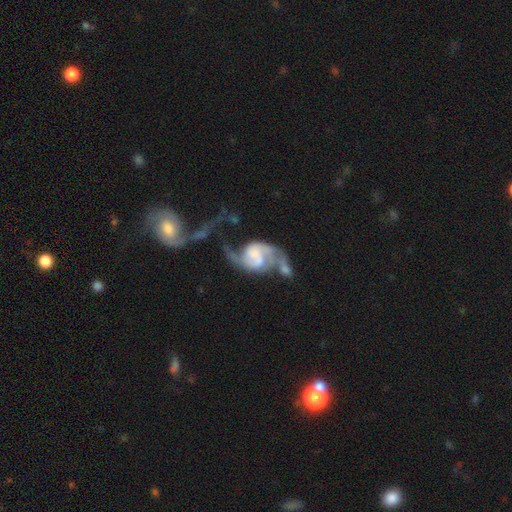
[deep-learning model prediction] Q: Smooth or featured?
A: featured or disk (85%); runner-up: smooth (9%)
Q: Edge-on disk?
A: no (98%); runner-up: yes (2%)
Q: Bar?
A: no (53%); runner-up: weak (36%)
Q: Spiral arms?
A: yes (94%); runner-up: no (6%)
Q: Spiral winding?
A: loose (52%); runner-up: medium (36%)
Q: Spiral arm count?
A: 2 (86%); runner-up: 1 (6%)
Q: Bulge size?
A: none (32%); runner-up: small (23%)
Q: Merging?
A: merger (32%); runner-up: major disturbance (31%)